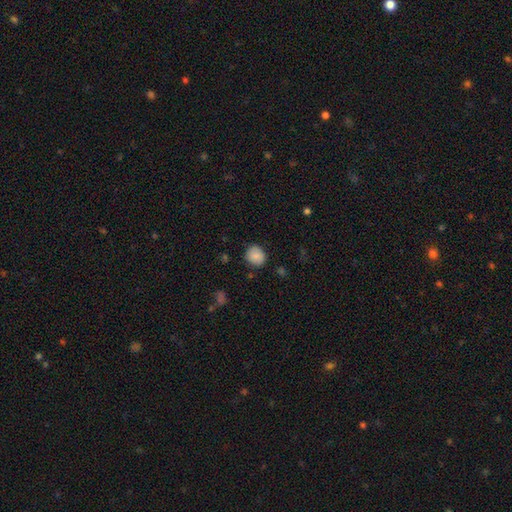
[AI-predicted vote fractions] The model was most divided on "how rounded": round: 76%, in between: 23%, cigar-shaped: 1%. More confident: smooth or featured — smooth (84%); merging — none (79%).